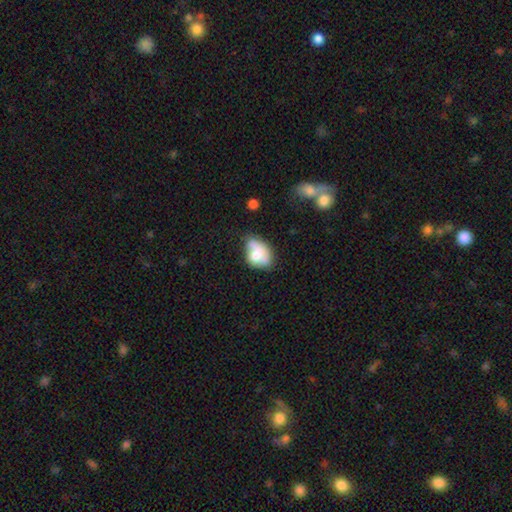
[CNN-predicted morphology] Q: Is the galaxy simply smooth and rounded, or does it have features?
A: smooth — 62%.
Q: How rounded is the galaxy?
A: in between — 73%.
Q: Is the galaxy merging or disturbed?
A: none — 32%.